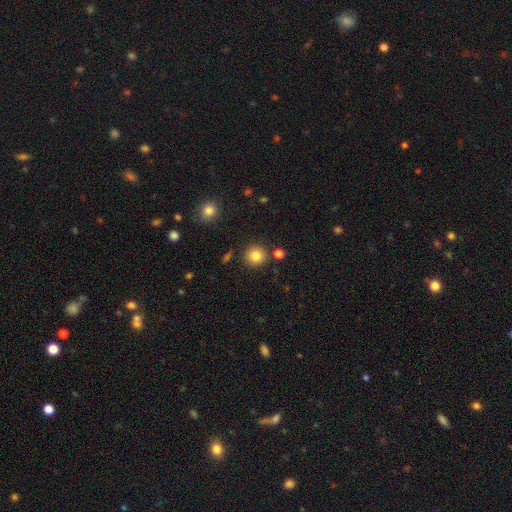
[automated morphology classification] A smooth galaxy with no disk features (83%) that is round (94%). Merging: none (87%).